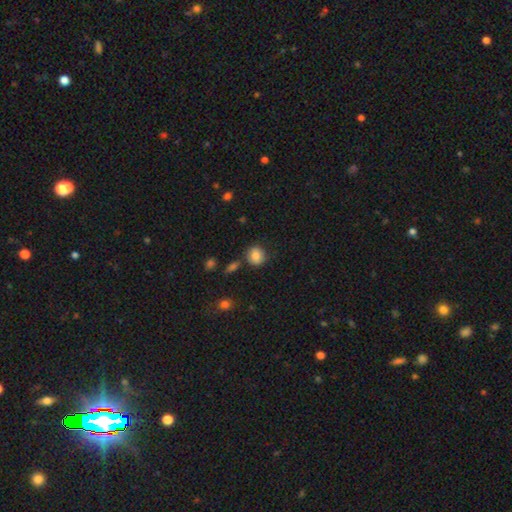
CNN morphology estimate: type=smooth (83%); roundness=round (84%); merging=none (80%).